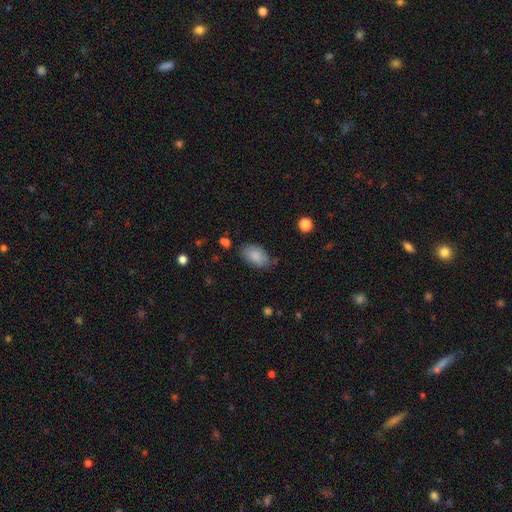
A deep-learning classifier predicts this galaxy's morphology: This appears to be a smooth galaxy with no disk features (86%) that is in between round and cigar-shaped (92%). Merging: none (69%).